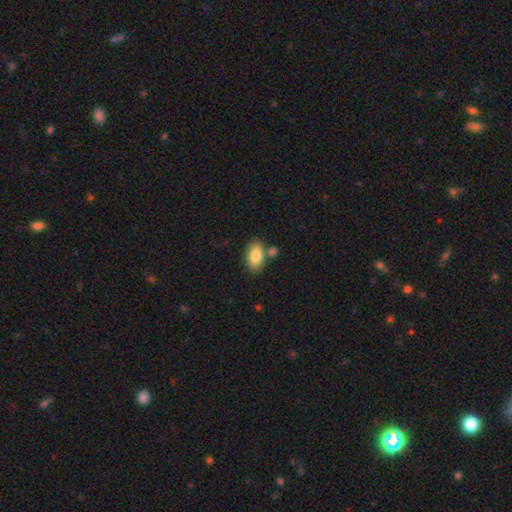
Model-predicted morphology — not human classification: Overall: smooth (83%). How rounded: in between (92%). Merging: none (70%).